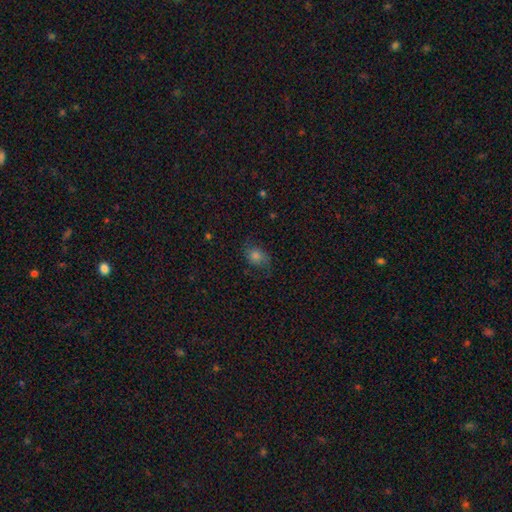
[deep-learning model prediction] smooth_or_featured: smooth (p=0.51) [alt: featured or disk p=0.32]
how_rounded: in between (p=0.57) [alt: round p=0.41]
merging: none (p=0.65) [alt: minor disturbance p=0.22]